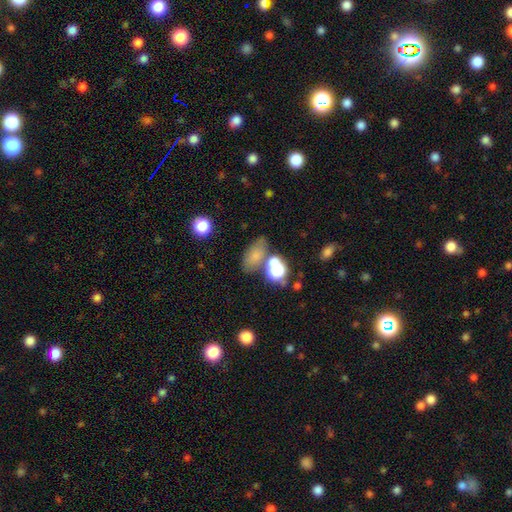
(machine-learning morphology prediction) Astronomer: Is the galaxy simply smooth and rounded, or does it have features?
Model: smooth — 69%.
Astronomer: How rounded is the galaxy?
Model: in between — 83%.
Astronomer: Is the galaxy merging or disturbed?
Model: none — 53%.